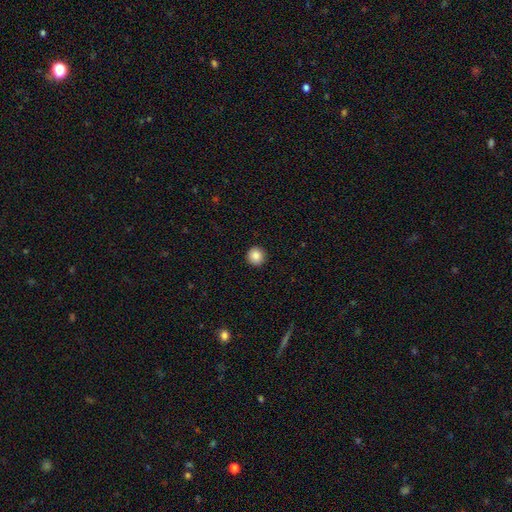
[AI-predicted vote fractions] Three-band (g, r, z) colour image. It shows a smooth galaxy with no disk features (87%) that is round (94%). Merging: none (93%).